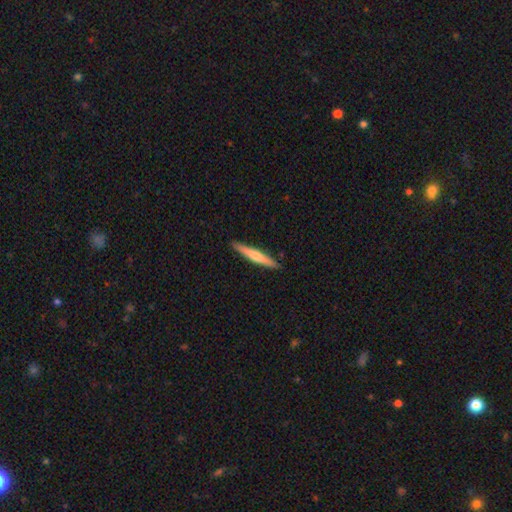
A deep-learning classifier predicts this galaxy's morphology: This is possibly a smooth galaxy (52%). How rounded: clearly cigar-shaped (94%). Merging: clearly none (90%).